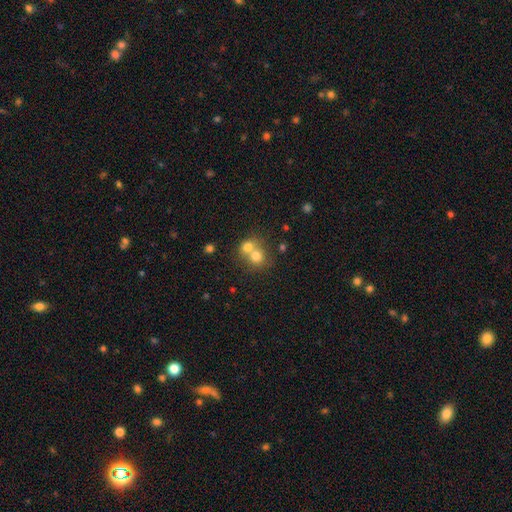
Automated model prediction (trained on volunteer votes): Smooth or featured: smooth — 72% (featured or disk — 17%)
How rounded: round — 78% (in between — 21%)
Merging: merger — 63% (none — 30%)